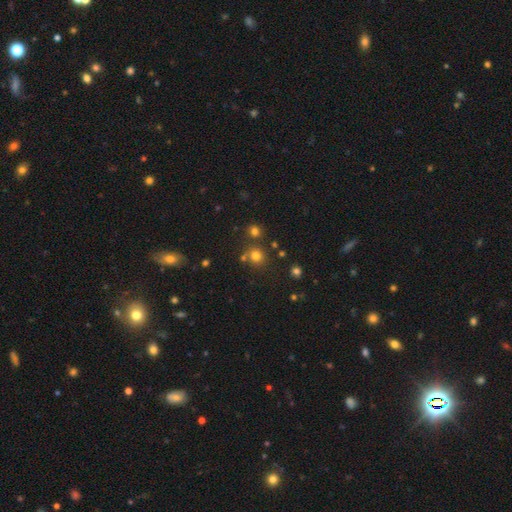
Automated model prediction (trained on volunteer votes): Overall: smooth (74%). How rounded: round (87%). Merging: none (72%).